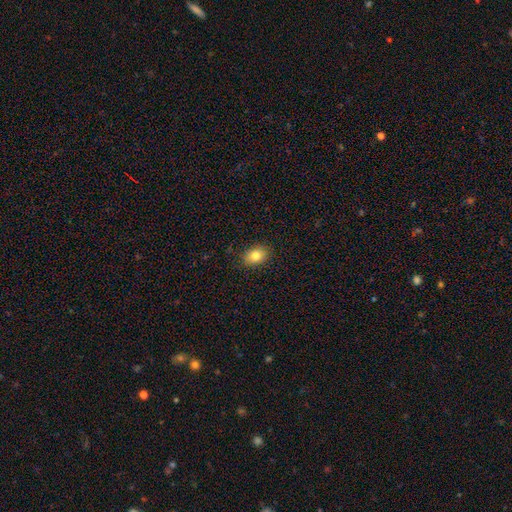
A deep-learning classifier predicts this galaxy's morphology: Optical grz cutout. It shows a smooth galaxy with no disk features (82%) that is in between round and cigar-shaped (75%). Merging: none (87%).